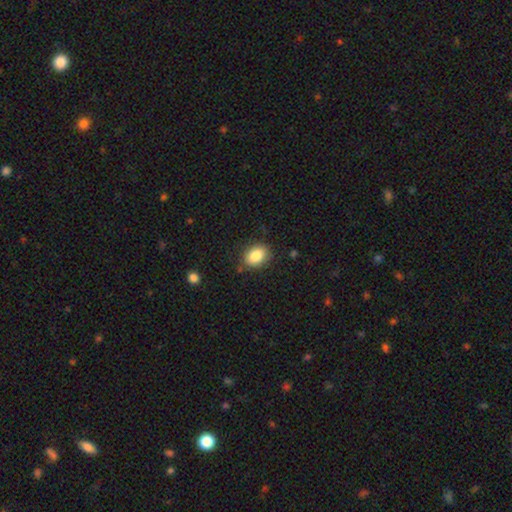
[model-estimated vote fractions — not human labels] Smooth or featured?
  - smooth: 85% *
  - star or artifact: 8%
  - featured or disk: 6%
How rounded?
  - in between: 77% *
  - round: 22%
  - cigar-shaped: 1%
Merging?
  - none: 82% *
  - minor disturbance: 13%
  - major disturbance: 3%
  - merger: 2%